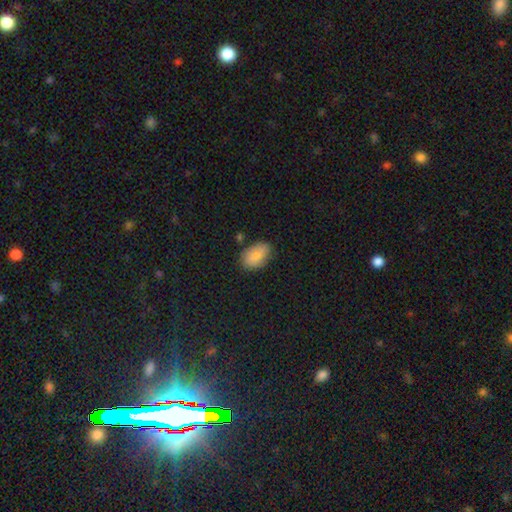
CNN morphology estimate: smooth 85%, featured or disk 8%, star or artifact 7%. Down the decision tree: how rounded — in between (91%); merging — none (74%).